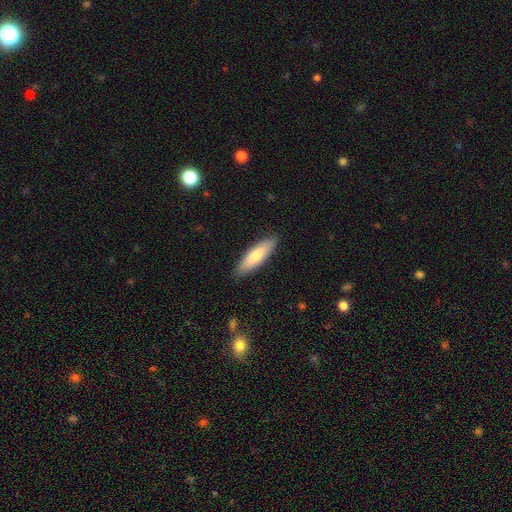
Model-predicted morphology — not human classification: This appears to be a smooth galaxy with no disk features (74%) that is cigar-shaped (55%). Merging: none (88%).